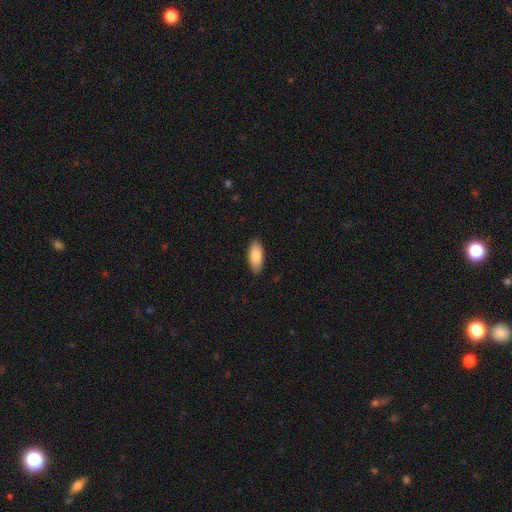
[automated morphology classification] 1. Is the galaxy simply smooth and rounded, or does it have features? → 84% smooth, 10% featured or disk, 6% star or artifact.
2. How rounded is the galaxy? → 86% in between, 12% cigar-shaped, 2% round.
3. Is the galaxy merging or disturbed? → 89% none, 9% minor disturbance, 2% major disturbance, 1% merger.